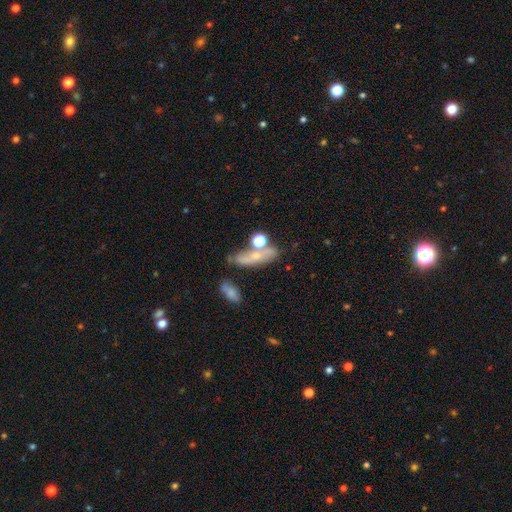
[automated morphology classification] smooth_or_featured: smooth (p=0.49) [alt: featured or disk p=0.37]
merging: none (p=0.49) [alt: merger p=0.23]